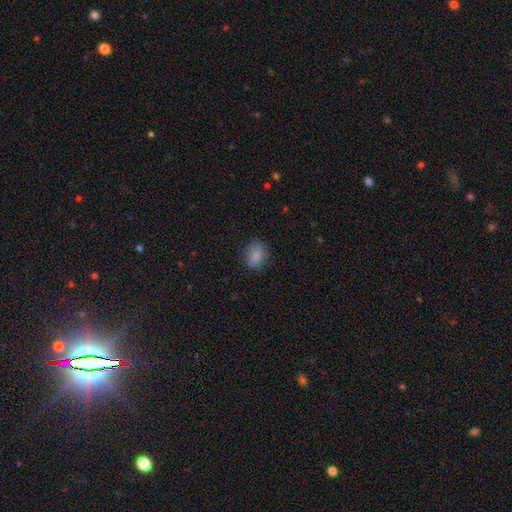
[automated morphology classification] A smooth galaxy with no disk features (82%) that is in between round and cigar-shaped (67%). Merging: none (75%).